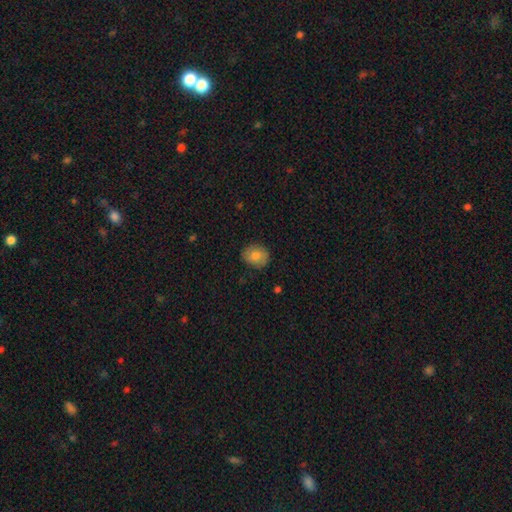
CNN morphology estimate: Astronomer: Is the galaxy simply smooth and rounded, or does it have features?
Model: smooth — 76%.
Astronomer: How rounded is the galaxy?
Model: round — 59% (runner-up: in between, 40%).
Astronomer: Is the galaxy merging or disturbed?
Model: none — 83%.